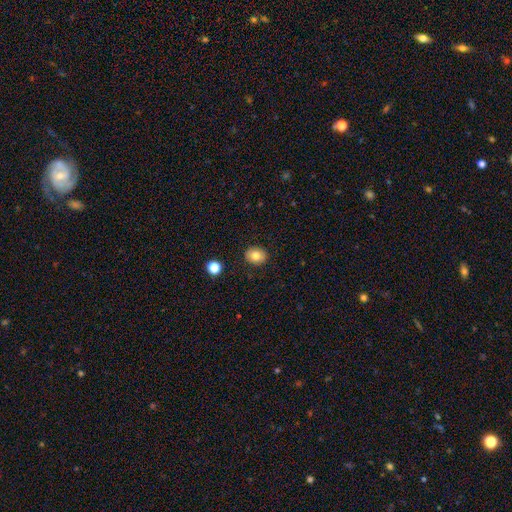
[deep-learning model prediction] Smooth or featured? smooth (79%)
How rounded? round (64%)
Merging? none (89%)